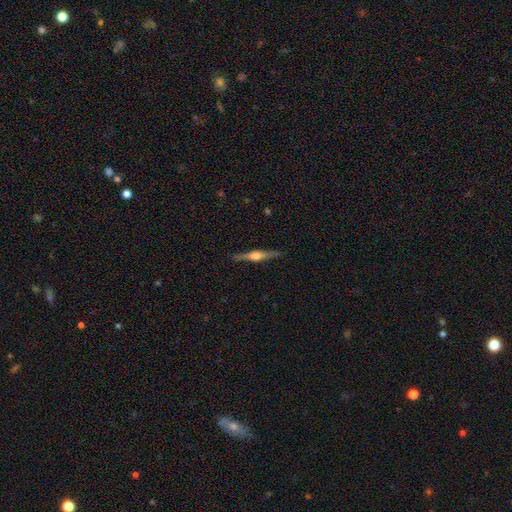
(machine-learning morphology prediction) Q: Smooth or featured?
A: featured or disk (76%); runner-up: smooth (18%)
Q: Edge-on disk?
A: yes (98%); runner-up: no (2%)
Q: Edge-on bulge?
A: rounded (84%); runner-up: boxy (13%)
Q: Merging?
A: none (90%); runner-up: minor disturbance (7%)